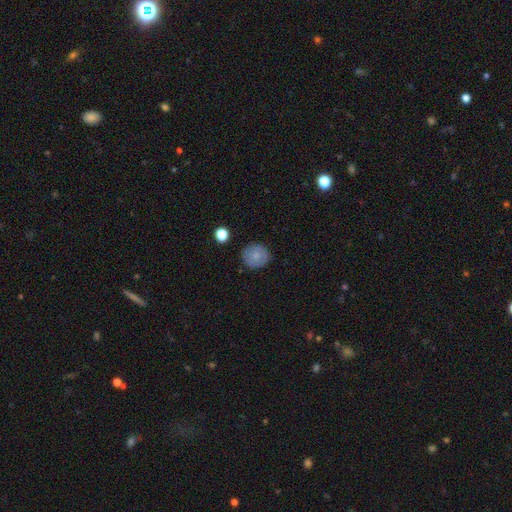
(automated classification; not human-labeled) Overall: smooth (78%). How rounded: round (89%). Merging: none (85%).